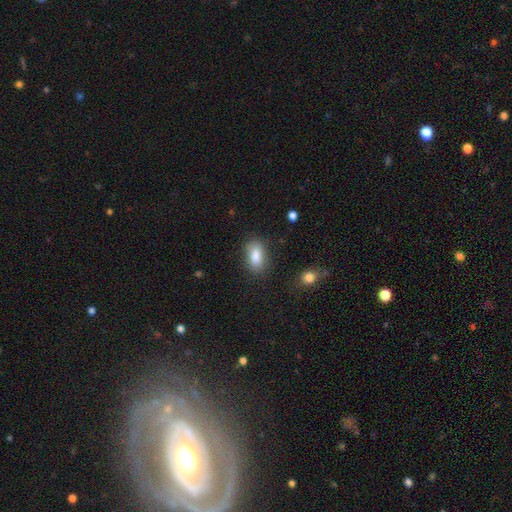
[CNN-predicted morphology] type=smooth (85%); roundness=in between (88%); merging=none (80%).